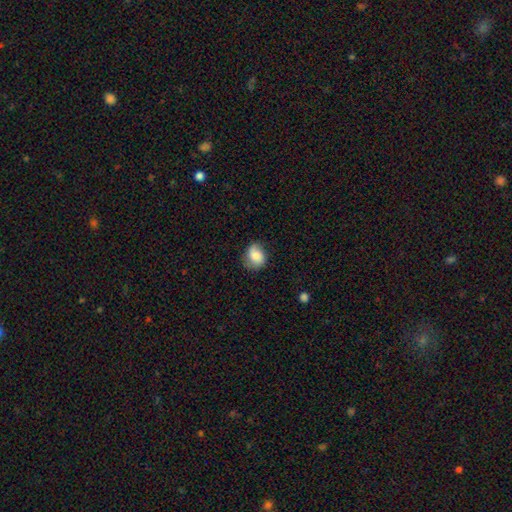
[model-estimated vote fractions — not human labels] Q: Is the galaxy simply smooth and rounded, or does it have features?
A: smooth — 72%.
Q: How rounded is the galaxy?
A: round — 57%.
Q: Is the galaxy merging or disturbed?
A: none — 67%.